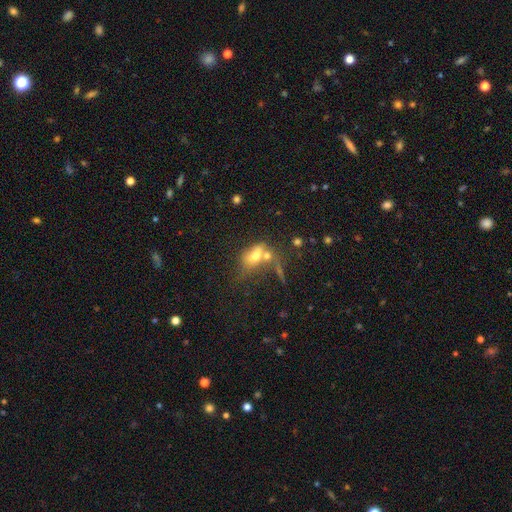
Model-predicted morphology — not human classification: This is possibly a smooth galaxy (60%). How rounded: likely in between (76%). Merging: possibly merger (47%).